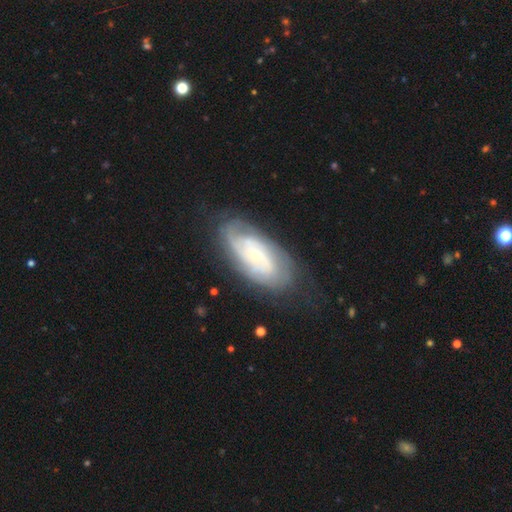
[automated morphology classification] Smooth or featured: featured or disk — 75% (smooth — 19%)
Edge-on disk: no — 93% (yes — 7%)
Bar: no — 74% (weak — 21%)
Spiral arms: yes — 90% (no — 10%)
Spiral winding: tight — 65% (medium — 27%)
Spiral arm count: can't tell — 46% (2 — 25%)
Bulge size: small — 74% (moderate — 21%)
Merging: none — 69% (minor disturbance — 20%)